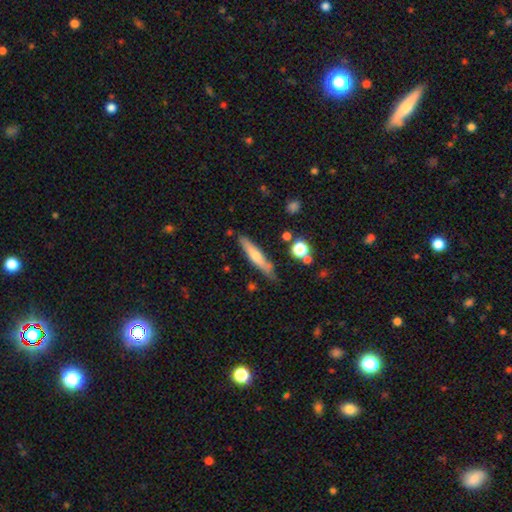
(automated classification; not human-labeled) A smooth galaxy with no disk features (51%) that is cigar-shaped (89%). Merging: none (78%).